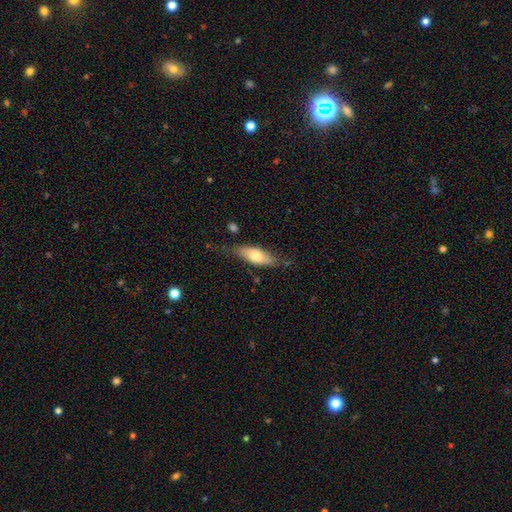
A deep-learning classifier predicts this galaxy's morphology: Smooth or featured? smooth (64%)
How rounded? in between (72%)
Merging? none (68%)